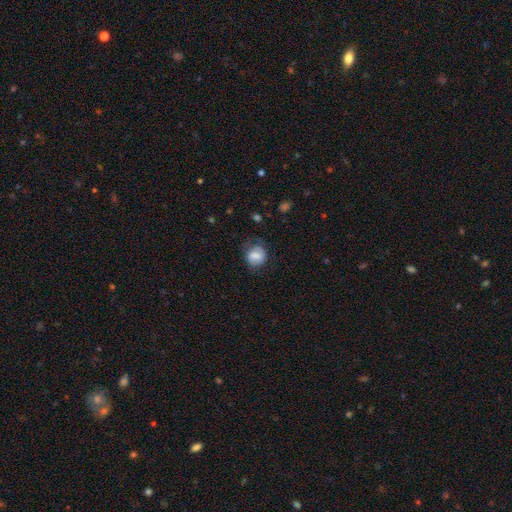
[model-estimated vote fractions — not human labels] A smooth galaxy with no disk features (68%) that is round (65%). Merging: none (56%).